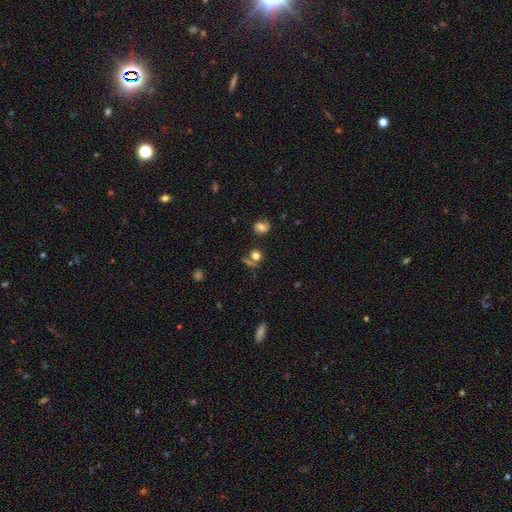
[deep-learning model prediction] Smooth or featured: smooth — 63% (star or artifact — 22%)
How rounded: round — 84% (in between — 14%)
Merging: none — 65% (merger — 15%)